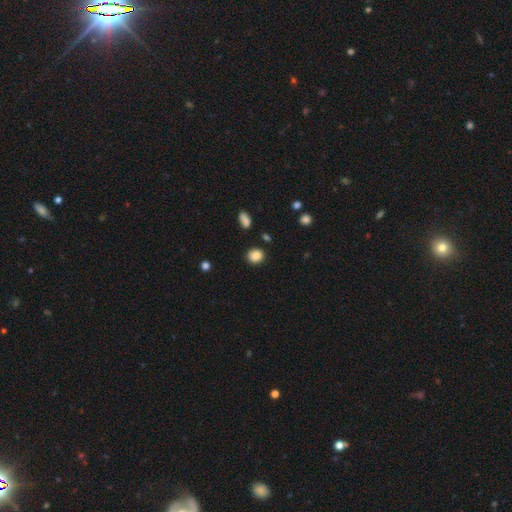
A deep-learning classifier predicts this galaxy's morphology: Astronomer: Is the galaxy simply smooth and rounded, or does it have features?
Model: smooth — 87%.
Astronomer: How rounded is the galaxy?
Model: round — 69%.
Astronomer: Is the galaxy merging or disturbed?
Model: none — 84%.